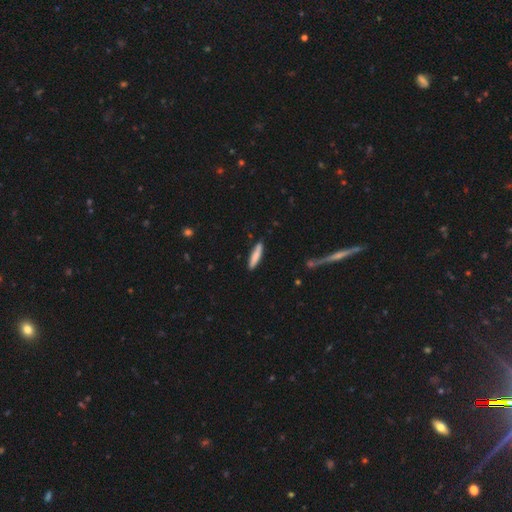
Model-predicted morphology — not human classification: smooth 79%, featured or disk 15%, star or artifact 6%. Down the decision tree: how rounded — cigar-shaped (86%); merging — none (87%).